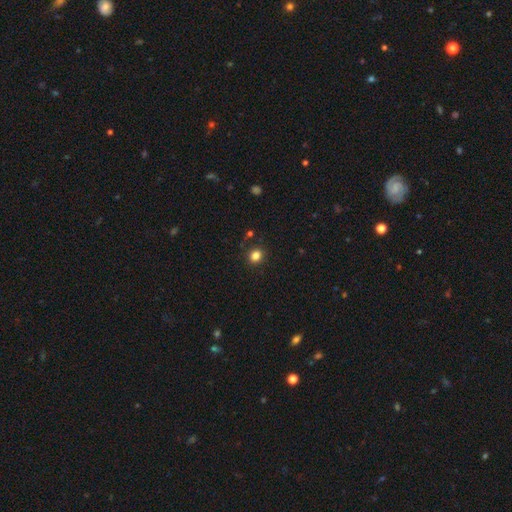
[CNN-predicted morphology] A smooth galaxy with no disk features (83%) that is round (81%). Merging: none (88%).